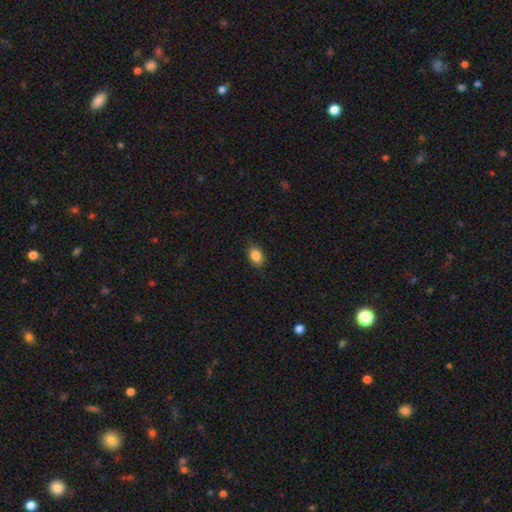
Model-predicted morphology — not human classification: smooth-or-featured: smooth: 87% | star or artifact: 8% | featured or disk: 5%
  how-rounded: in between: 81% | round: 17% | cigar-shaped: 2%
  merging: none: 83% | minor disturbance: 14% | major disturbance: 3% | merger: 1%